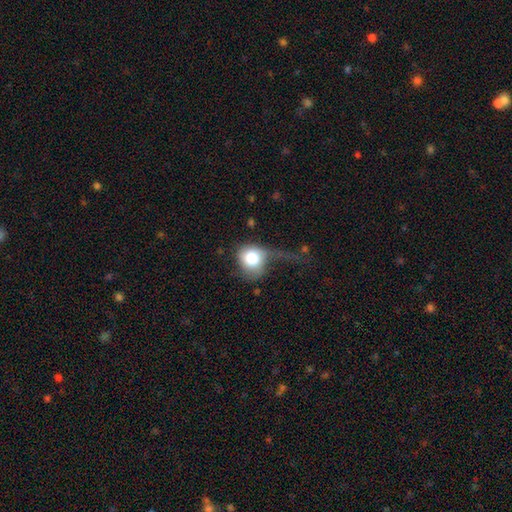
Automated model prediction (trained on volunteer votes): smooth 72%, featured or disk 19%, star or artifact 9%. Down the decision tree: how rounded — round (77%); merging — major disturbance (44%).